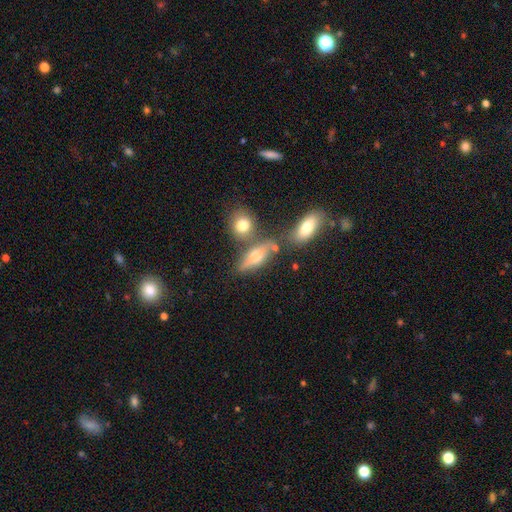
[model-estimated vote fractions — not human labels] Smooth or featured? smooth (57%)
How rounded? in between (61%)
Merging? none (56%)